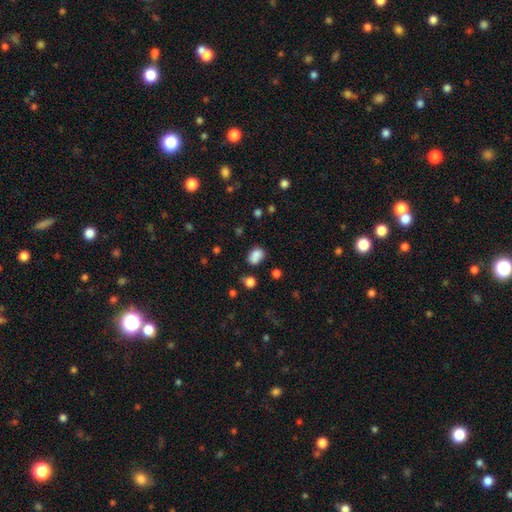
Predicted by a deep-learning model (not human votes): A smooth galaxy with no disk features (83%) that is in between round and cigar-shaped (74%). Merging: none (62%).